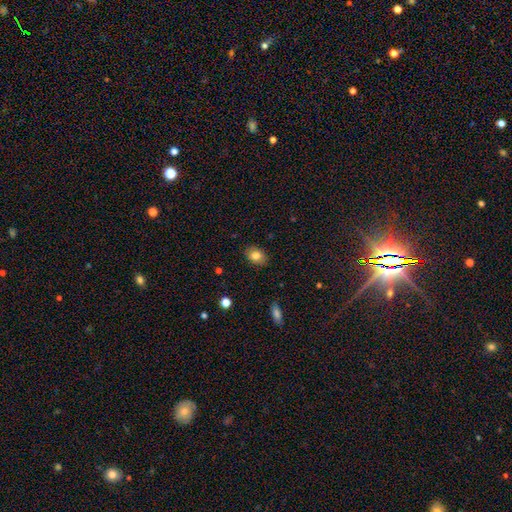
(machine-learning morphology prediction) Smooth or featured?
  - smooth: 81% *
  - featured or disk: 10%
  - star or artifact: 9%
How rounded?
  - in between: 74% *
  - round: 25%
  - cigar-shaped: 1%
Merging?
  - none: 87% *
  - minor disturbance: 10%
  - major disturbance: 2%
  - merger: 1%